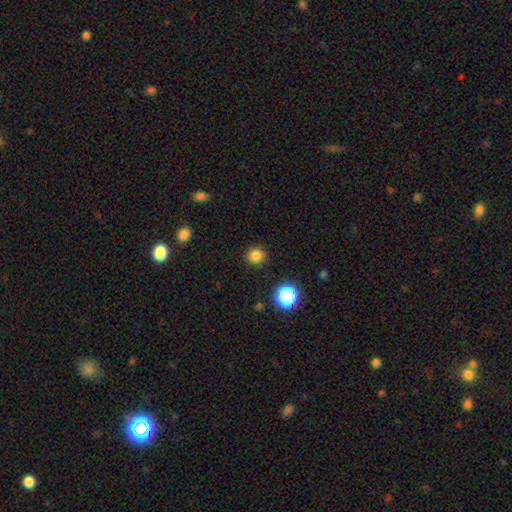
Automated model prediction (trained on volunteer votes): A smooth galaxy with no disk features (82%) that is round (93%).

Vote fractions:
- Smooth or featured? smooth: 82% / star or artifact: 14% / featured or disk: 4%
- How rounded? round: 93% / in between: 6% / cigar-shaped: 1%
- Merging? none: 91% / minor disturbance: 6% / major disturbance: 2% / merger: 1%